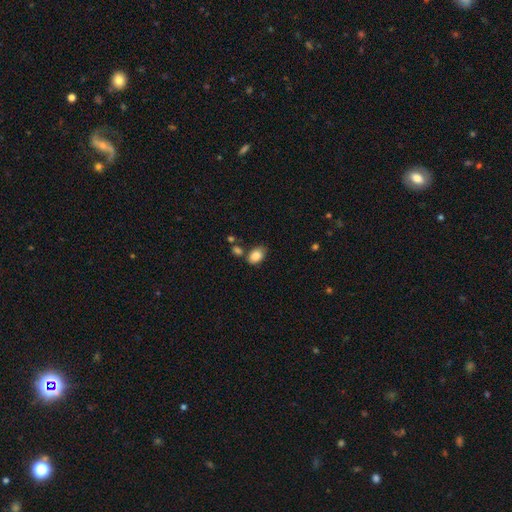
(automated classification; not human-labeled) smooth_or_featured: smooth (p=0.86) [alt: star or artifact p=0.08]
how_rounded: in between (p=0.85) [alt: round p=0.14]
merging: none (p=0.68) [alt: minor disturbance p=0.16]